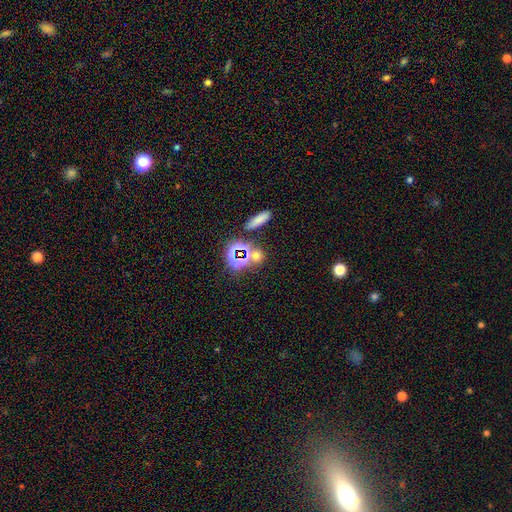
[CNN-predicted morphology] This is possibly a smooth galaxy (49%). Merging: likely none (71%).